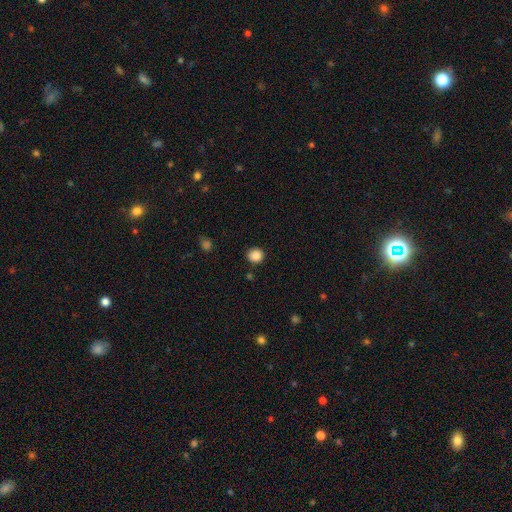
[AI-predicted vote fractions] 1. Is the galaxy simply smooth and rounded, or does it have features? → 87% smooth, 10% star or artifact, 3% featured or disk.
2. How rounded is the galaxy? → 89% round, 10% in between, 1% cigar-shaped.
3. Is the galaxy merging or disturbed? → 88% none, 8% minor disturbance, 2% major disturbance, 2% merger.